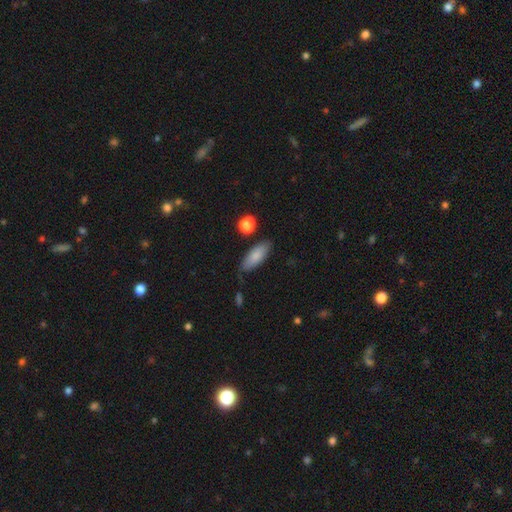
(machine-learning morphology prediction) Overall: smooth (81%). How rounded: in between (74%). Merging: none (74%).